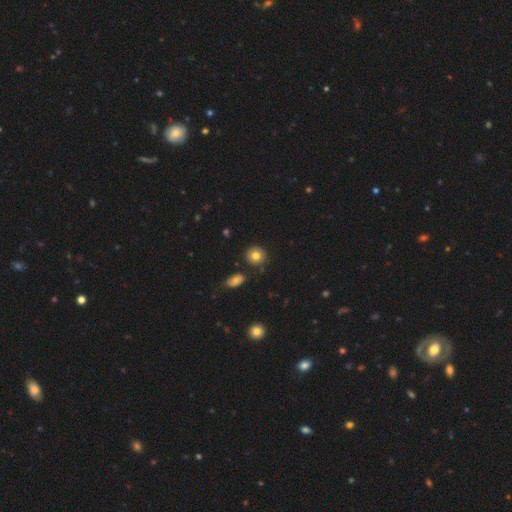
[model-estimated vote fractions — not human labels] A smooth galaxy with no disk features (79%) that is round (86%).

Vote fractions:
- Smooth or featured? smooth: 79% / star or artifact: 10% / featured or disk: 10%
- How rounded? round: 86% / in between: 12% / cigar-shaped: 1%
- Merging? none: 85% / minor disturbance: 8% / merger: 4% / major disturbance: 2%